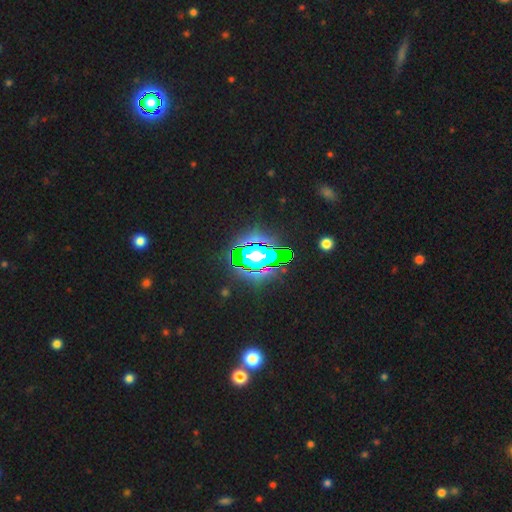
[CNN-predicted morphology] smooth_or_featured: star or artifact (p=0.58) [alt: smooth p=0.23]